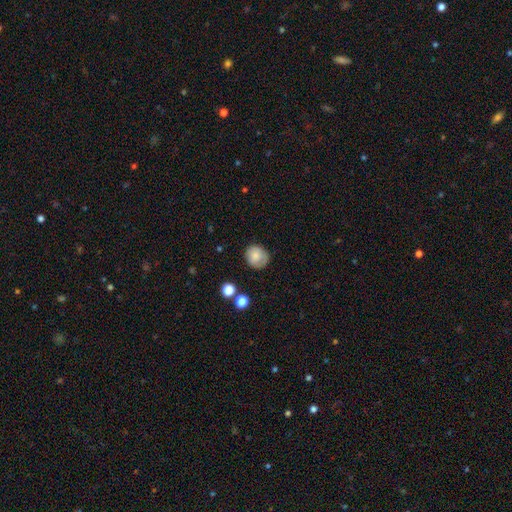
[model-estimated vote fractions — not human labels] Smooth or featured?
  - smooth: 81% *
  - featured or disk: 10%
  - star or artifact: 9%
How rounded?
  - round: 78% *
  - in between: 21%
  - cigar-shaped: 1%
Merging?
  - none: 76% *
  - minor disturbance: 18%
  - major disturbance: 4%
  - merger: 2%